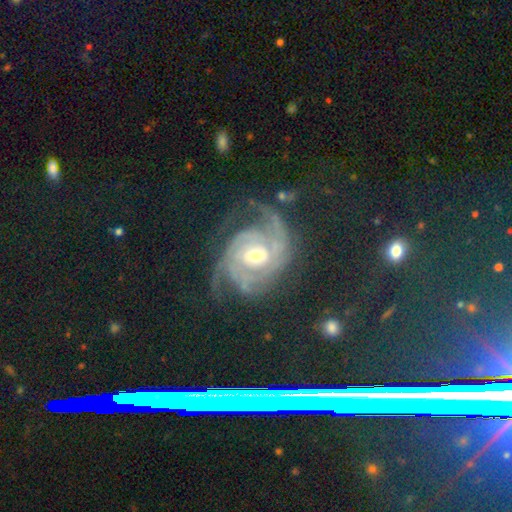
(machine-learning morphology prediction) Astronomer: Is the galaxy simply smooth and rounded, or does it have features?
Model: featured or disk — 83%.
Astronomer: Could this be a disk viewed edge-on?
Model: no — 97%.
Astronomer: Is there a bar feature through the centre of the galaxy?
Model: no — 64%.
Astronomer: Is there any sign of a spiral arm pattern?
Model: yes — 97%.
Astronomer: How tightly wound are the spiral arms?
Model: tight — 51% (runner-up: medium, 38%).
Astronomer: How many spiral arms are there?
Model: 2 — 35% (runner-up: 3, 27%).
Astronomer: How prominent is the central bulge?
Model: moderate — 67%.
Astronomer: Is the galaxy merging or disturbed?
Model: none — 63%.